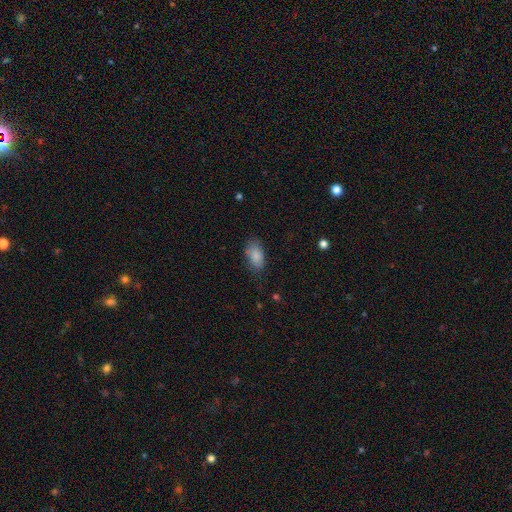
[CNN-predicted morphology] type=smooth (86%); roundness=in between (92%); merging=none (71%).